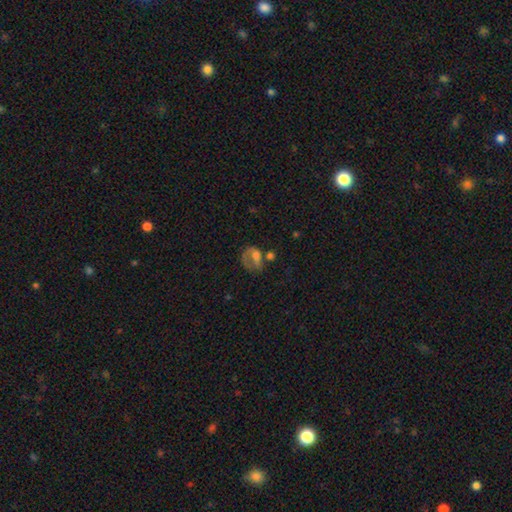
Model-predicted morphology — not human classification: smooth_or_featured: smooth (p=0.53) [alt: featured or disk p=0.35]
how_rounded: in between (p=0.50) [alt: round p=0.49]
merging: major disturbance (p=0.38) [alt: none p=0.27]